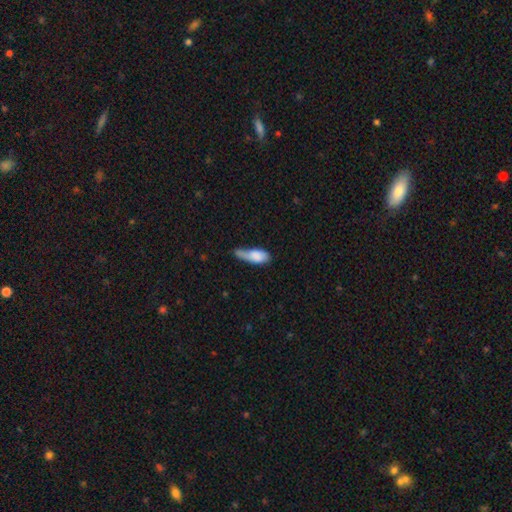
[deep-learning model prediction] Q: Smooth or featured?
A: smooth (78%); runner-up: featured or disk (15%)
Q: How rounded?
A: in between (71%); runner-up: cigar-shaped (26%)
Q: Merging?
A: minor disturbance (38%); runner-up: none (28%)